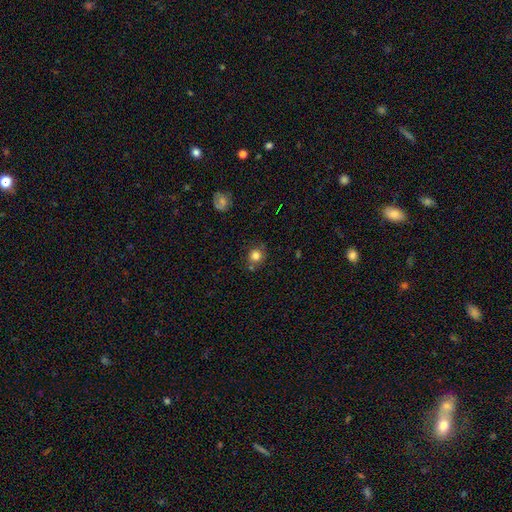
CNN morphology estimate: smooth-or-featured: smooth: 80% | star or artifact: 13% | featured or disk: 7%
  how-rounded: round: 89% | in between: 10% | cigar-shaped: 1%
  merging: none: 77% | minor disturbance: 13% | merger: 7% | major disturbance: 3%